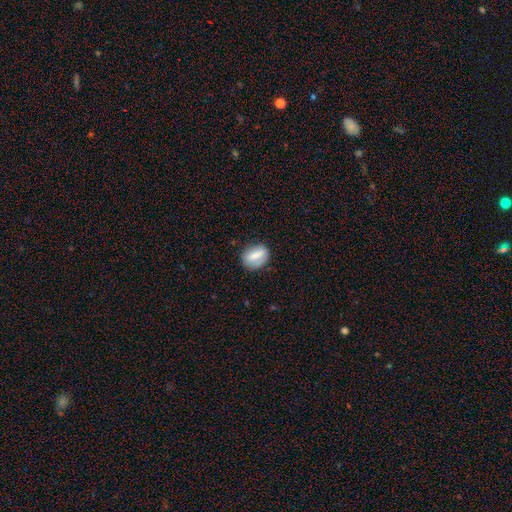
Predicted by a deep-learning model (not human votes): smooth 71%, featured or disk 21%, star or artifact 8%. Down the decision tree: how rounded — in between (62%); merging — none (78%).